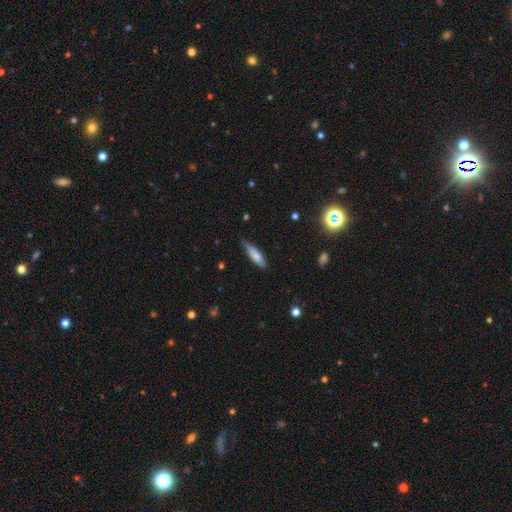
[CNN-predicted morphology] Smooth or featured: smooth — 71% (featured or disk — 22%)
How rounded: cigar-shaped — 61% (in between — 37%)
Merging: none — 66% (minor disturbance — 27%)